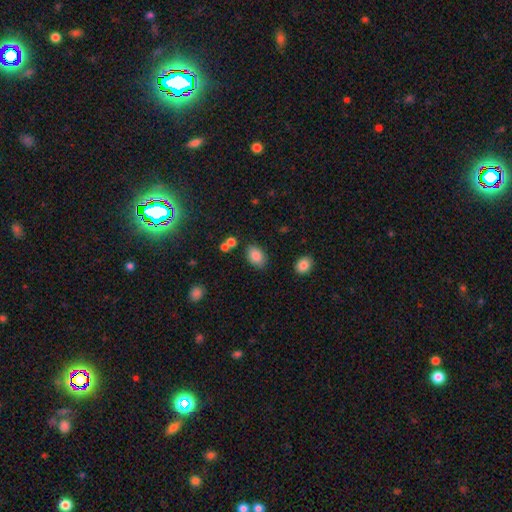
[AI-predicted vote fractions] The model was most divided on "merging": none: 78%, minor disturbance: 13%, merger: 5%, major disturbance: 3%. More confident: how rounded — in between (85%); smooth or featured — smooth (84%).